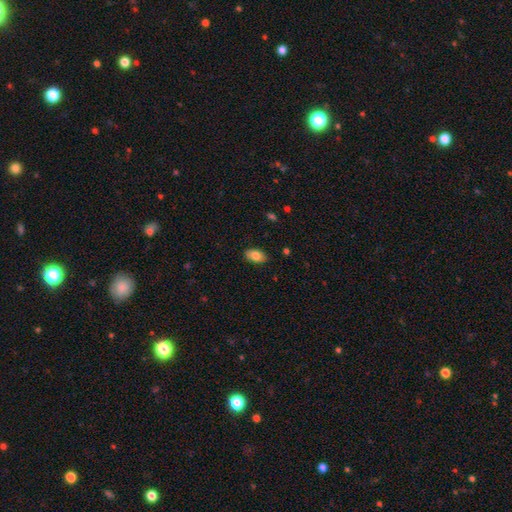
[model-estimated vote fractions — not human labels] This appears to be a smooth galaxy with no disk features (82%) that is in between round and cigar-shaped (93%). Merging: none (87%).